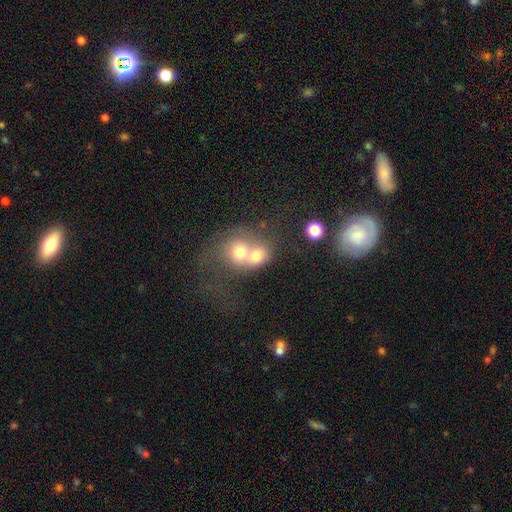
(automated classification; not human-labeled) This is likely a smooth galaxy (65%). How rounded: likely round (69%). Merging: likely merger (73%).